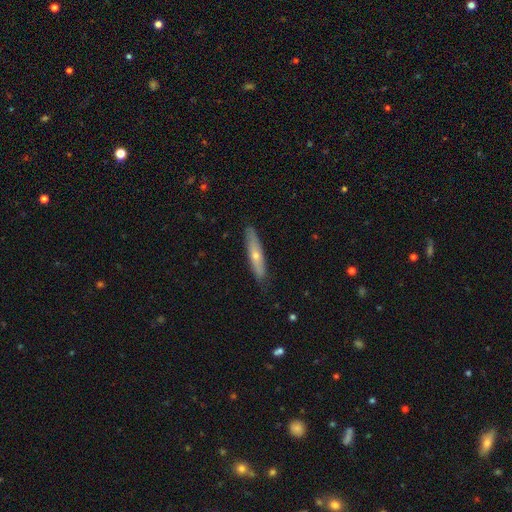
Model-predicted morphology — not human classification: A smooth galaxy with no disk features (48%).

Vote fractions:
- Smooth or featured? smooth: 48% / featured or disk: 46% / star or artifact: 6%
- Merging? none: 85% / minor disturbance: 12% / major disturbance: 2% / merger: 1%